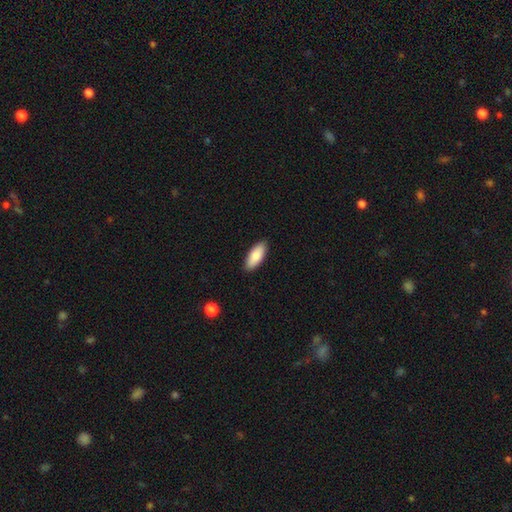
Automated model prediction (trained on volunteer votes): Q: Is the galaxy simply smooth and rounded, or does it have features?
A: smooth — 85%.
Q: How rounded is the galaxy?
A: in between — 79%.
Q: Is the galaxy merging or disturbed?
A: none — 89%.